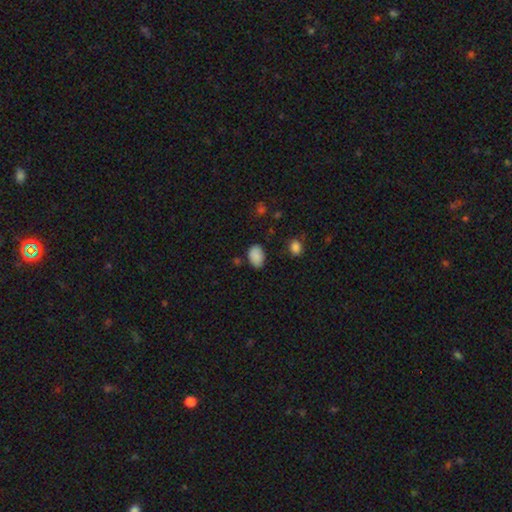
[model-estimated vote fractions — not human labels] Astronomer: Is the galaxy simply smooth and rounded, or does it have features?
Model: smooth — 88%.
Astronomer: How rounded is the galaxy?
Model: in between — 85%.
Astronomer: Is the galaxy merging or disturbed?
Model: none — 76%.